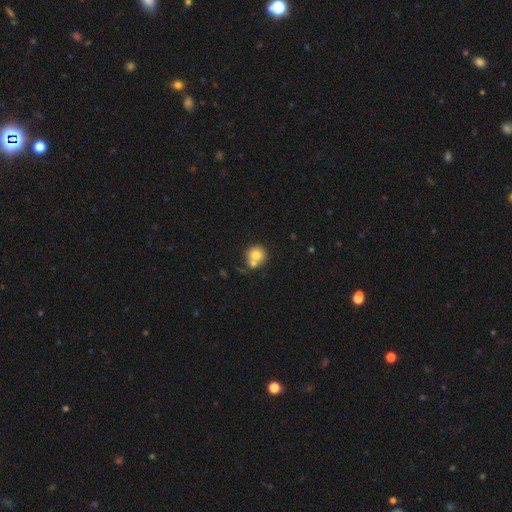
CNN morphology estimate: smooth 76%, featured or disk 14%, star or artifact 9%. Down the decision tree: how rounded — round (86%); merging — none (45%).